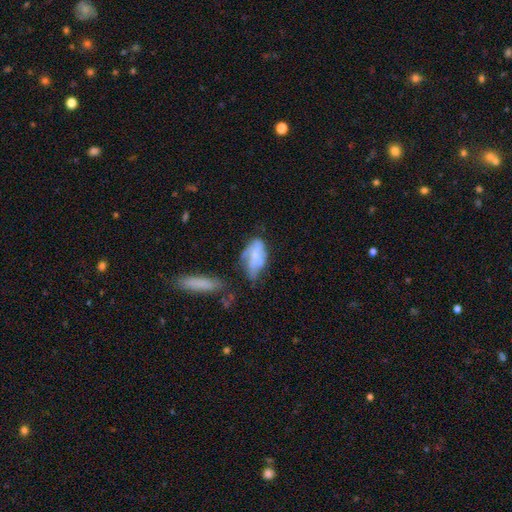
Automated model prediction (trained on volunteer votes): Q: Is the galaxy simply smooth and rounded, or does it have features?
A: smooth — 52%.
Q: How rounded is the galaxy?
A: in between — 87%.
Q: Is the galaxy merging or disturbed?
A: minor disturbance — 32%.